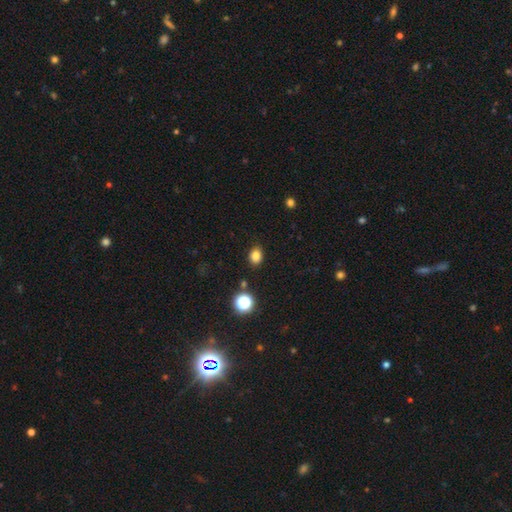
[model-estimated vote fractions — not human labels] smooth_or_featured: smooth (p=0.81) [alt: star or artifact p=0.14]
how_rounded: in between (p=0.53) [alt: round p=0.46]
merging: none (p=0.86) [alt: minor disturbance p=0.10]